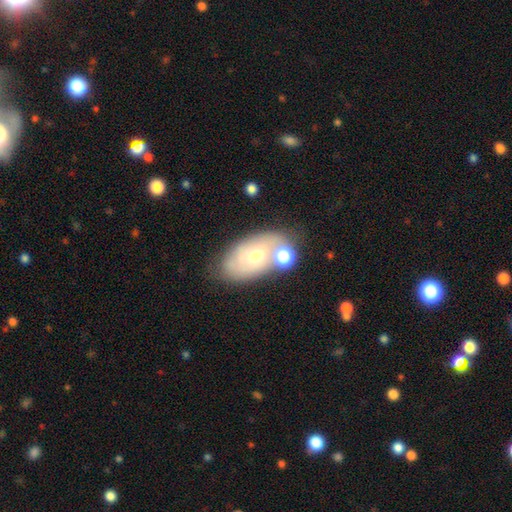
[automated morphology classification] type=smooth (48%); merging=none (51%).